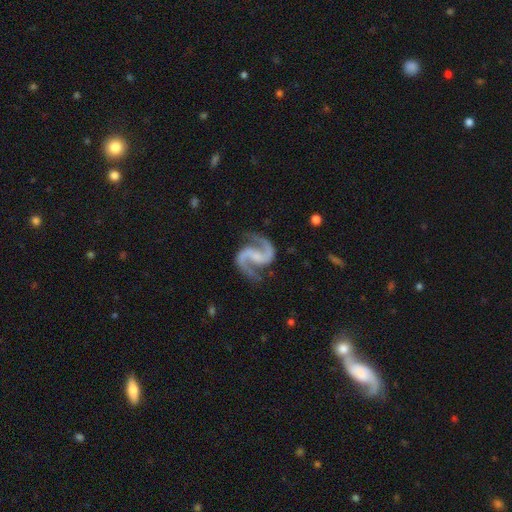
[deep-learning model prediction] Morphology: type=featured or disk (94%); edge-on=no (98%); bar=weak (40%); spiral arms=yes (99%); winding=medium (65%); arm count=2 (95%); bulge=none (41%); merging=none (80%).